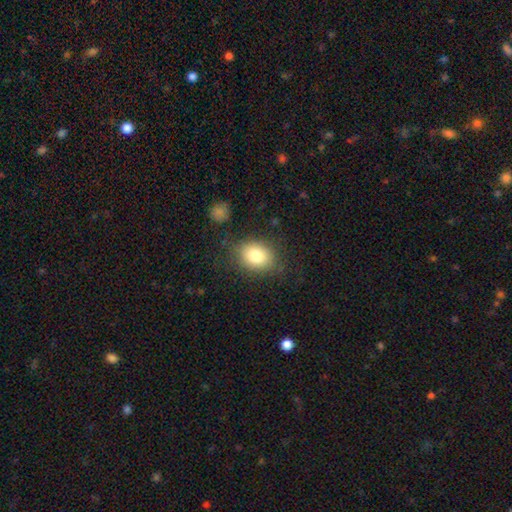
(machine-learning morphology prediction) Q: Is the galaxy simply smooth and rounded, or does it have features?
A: smooth — 80%.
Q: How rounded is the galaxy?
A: in between — 56%.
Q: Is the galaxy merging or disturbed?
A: none — 79%.